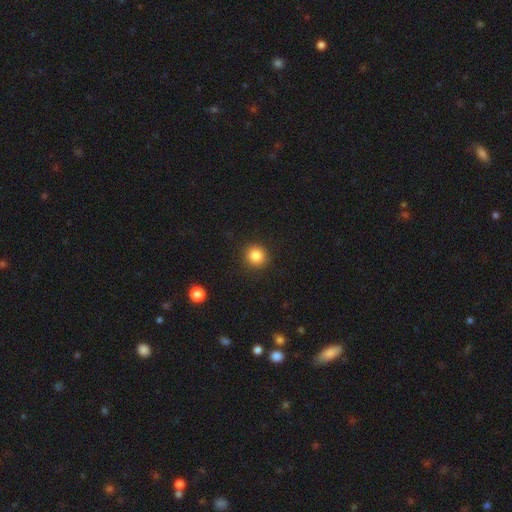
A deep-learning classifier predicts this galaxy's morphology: The model was most divided on "smooth or featured": smooth: 84%, star or artifact: 11%, featured or disk: 5%. More confident: how rounded — round (92%); merging — none (91%).